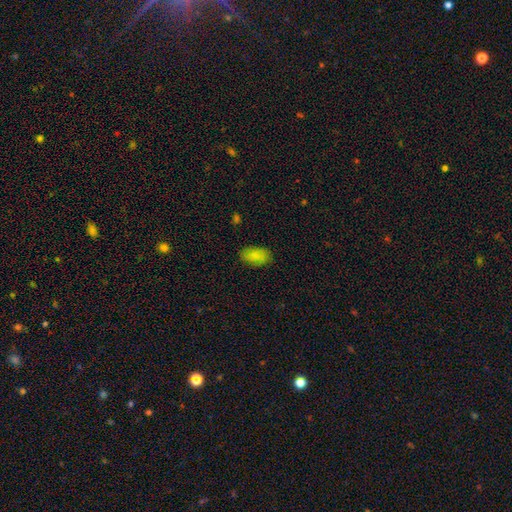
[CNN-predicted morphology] smooth 86%, star or artifact 8%, featured or disk 7%. Down the decision tree: how rounded — in between (93%); merging — none (84%).